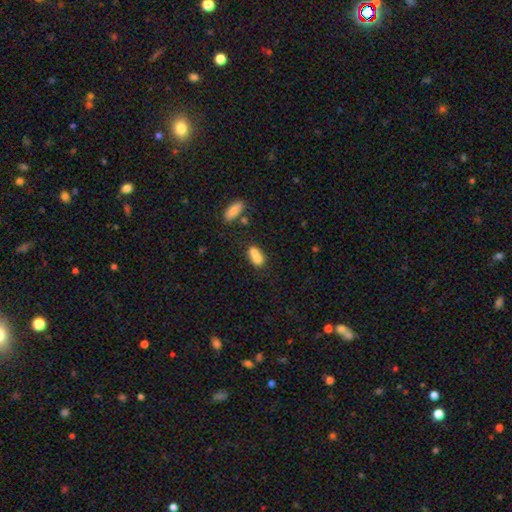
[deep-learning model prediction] Morphology: type=smooth (74%); roundness=in between (79%); merging=merger (49%).